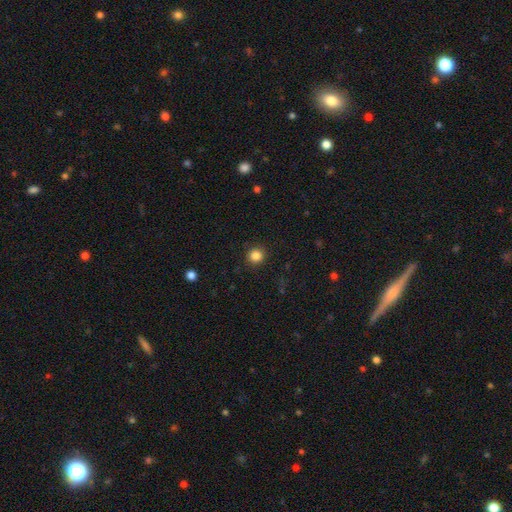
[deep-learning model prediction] A smooth galaxy with no disk features (85%) that is round (93%). Merging: none (91%).